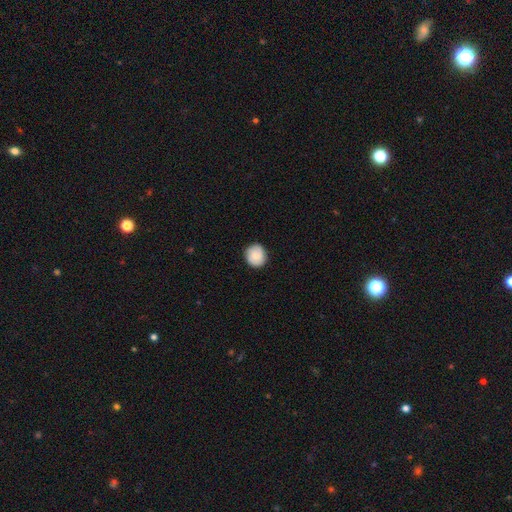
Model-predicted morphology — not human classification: This appears to be a smooth galaxy with no disk features (81%) that is round (87%). Merging: none (86%).